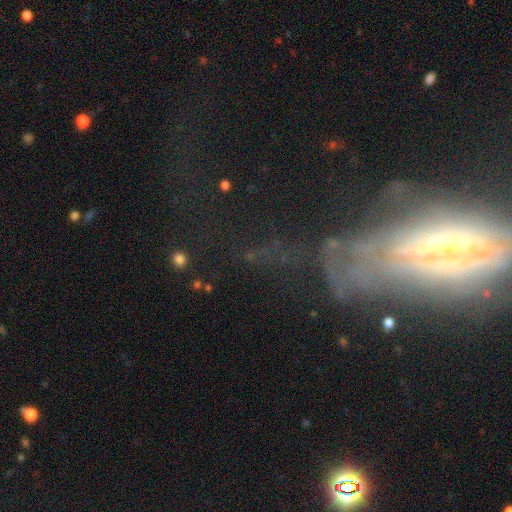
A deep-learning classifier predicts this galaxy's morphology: featured or disk 60%, star or artifact 21%, smooth 19%. Down the decision tree: edge-on disk — no (69%); merging — none (45%).